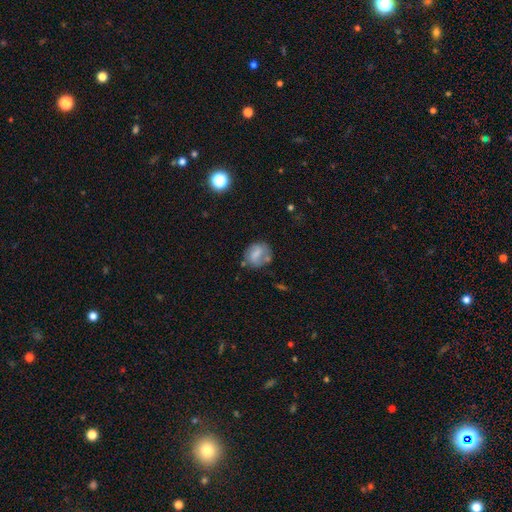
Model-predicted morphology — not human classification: Smooth or featured?
  - smooth: 55% *
  - featured or disk: 35%
  - star or artifact: 9%
How rounded?
  - round: 61% *
  - in between: 37%
  - cigar-shaped: 2%
Merging?
  - none: 54% *
  - minor disturbance: 25%
  - major disturbance: 12%
  - merger: 9%